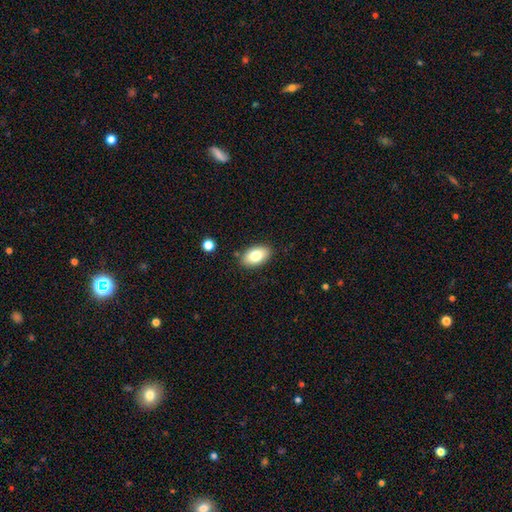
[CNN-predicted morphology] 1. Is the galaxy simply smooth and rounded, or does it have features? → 78% smooth, 14% featured or disk, 8% star or artifact.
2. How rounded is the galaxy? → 92% in between, 6% round, 2% cigar-shaped.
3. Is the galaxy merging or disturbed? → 86% none, 10% minor disturbance, 2% major disturbance, 2% merger.